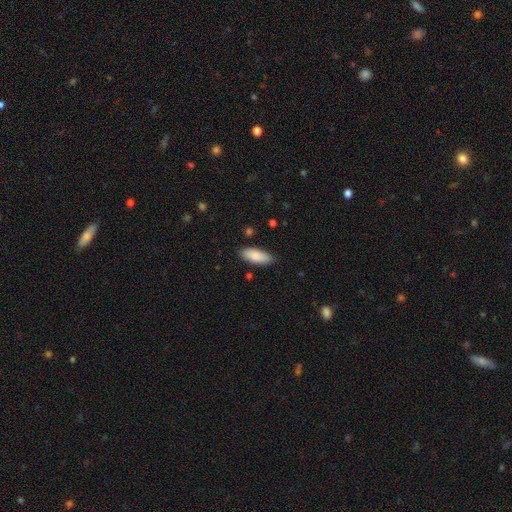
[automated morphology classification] Smooth or featured: smooth — 88% (featured or disk — 6%)
How rounded: in between — 80% (cigar-shaped — 18%)
Merging: none — 85% (minor disturbance — 11%)